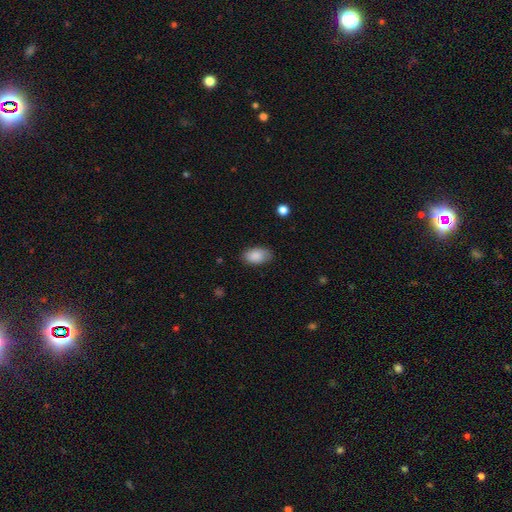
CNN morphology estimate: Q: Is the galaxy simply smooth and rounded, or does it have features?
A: smooth — 88%.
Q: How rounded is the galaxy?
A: in between — 92%.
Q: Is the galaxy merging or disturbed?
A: none — 81%.